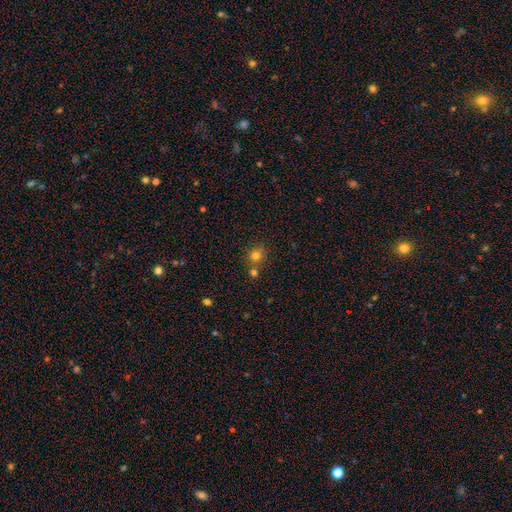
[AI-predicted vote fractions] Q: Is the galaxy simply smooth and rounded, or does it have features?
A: smooth — 78%.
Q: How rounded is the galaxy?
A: round — 83%.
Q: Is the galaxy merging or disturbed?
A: none — 66%.